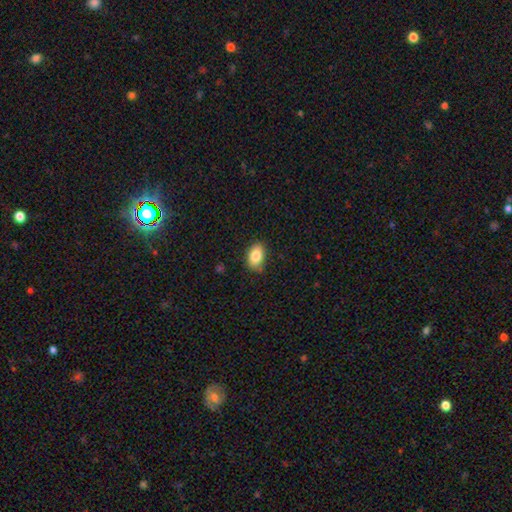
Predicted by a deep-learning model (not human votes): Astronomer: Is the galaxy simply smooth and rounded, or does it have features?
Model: smooth — 84%.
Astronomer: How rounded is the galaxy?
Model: in between — 88%.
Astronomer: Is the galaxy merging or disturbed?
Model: none — 81%.